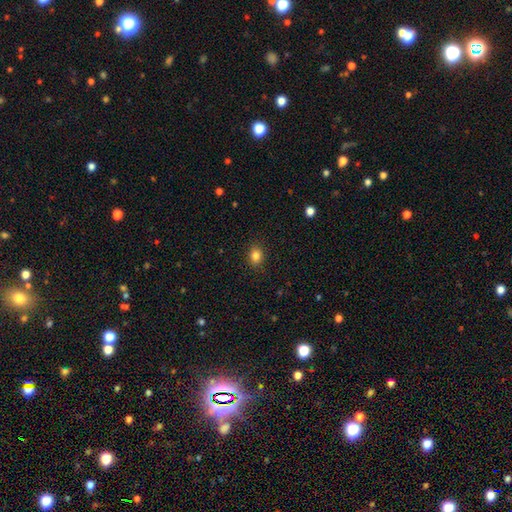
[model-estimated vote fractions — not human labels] Smooth or featured? Predicted: smooth (p=0.84). How rounded? Predicted: in between (p=0.51). Merging? Predicted: none (p=0.89).